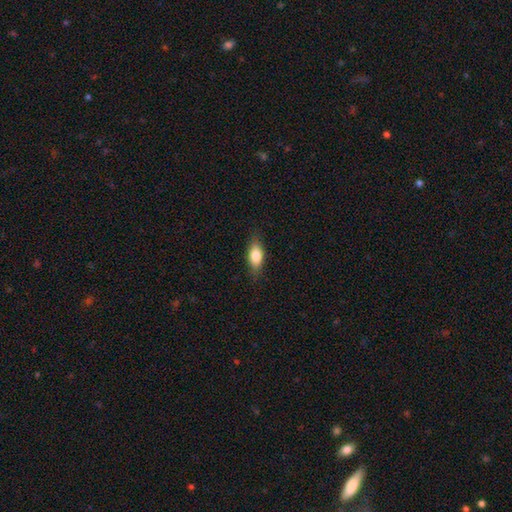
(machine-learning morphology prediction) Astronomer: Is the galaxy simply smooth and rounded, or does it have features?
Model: smooth — 76%.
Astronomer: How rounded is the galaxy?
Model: in between — 79%.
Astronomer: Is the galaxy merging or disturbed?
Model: none — 82%.